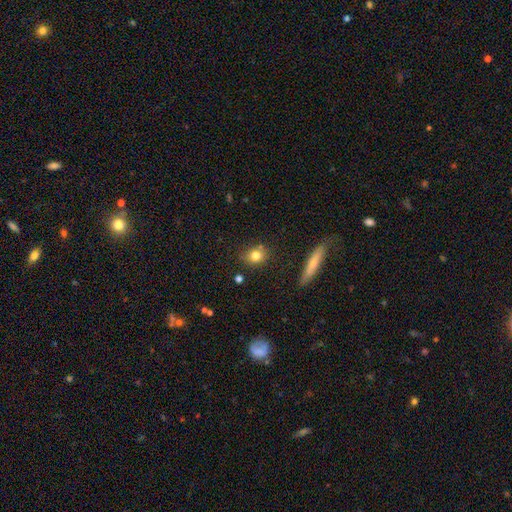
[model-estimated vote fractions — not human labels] Morphology: type=smooth (79%); roundness=round (65%); merging=none (79%).